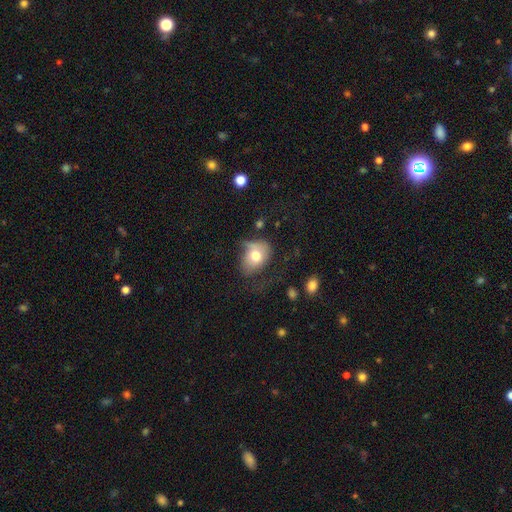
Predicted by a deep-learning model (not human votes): smooth-or-featured: smooth: 69% | featured or disk: 22% | star or artifact: 9%
  how-rounded: in between: 67% | round: 32% | cigar-shaped: 1%
  merging: none: 36% | minor disturbance: 33% | major disturbance: 27% | merger: 4%